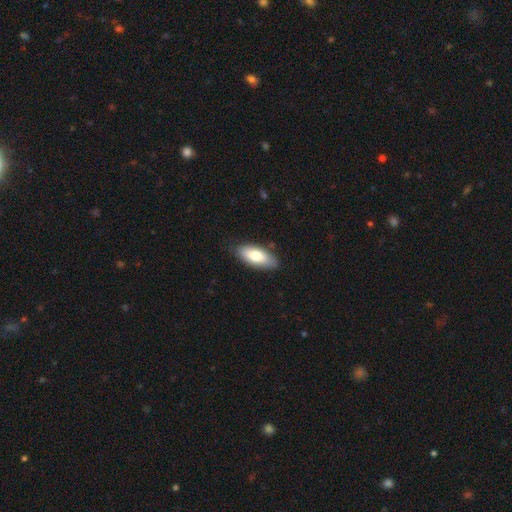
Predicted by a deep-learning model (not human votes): A smooth galaxy with no disk features (75%) that is in between round and cigar-shaped (84%). Merging: none (84%).